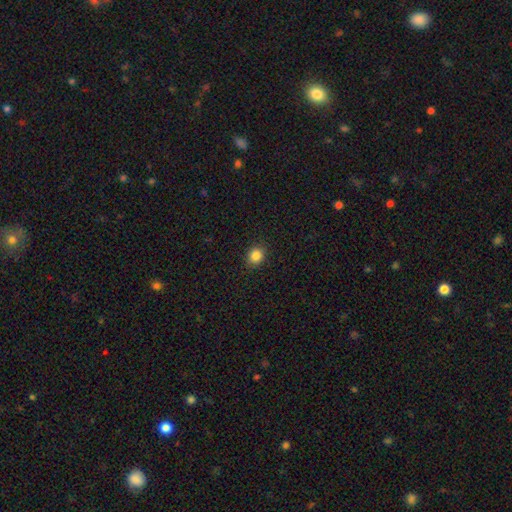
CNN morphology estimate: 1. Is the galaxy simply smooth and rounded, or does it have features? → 85% smooth, 11% star or artifact, 4% featured or disk.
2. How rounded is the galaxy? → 74% round, 25% in between, 1% cigar-shaped.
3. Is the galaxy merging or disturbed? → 90% none, 7% minor disturbance, 2% major disturbance, 1% merger.